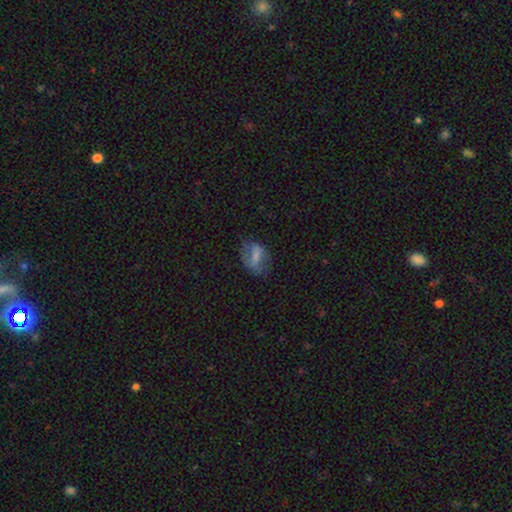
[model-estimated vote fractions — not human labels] This is possibly a smooth galaxy (48%). Merging: possibly none (51%).